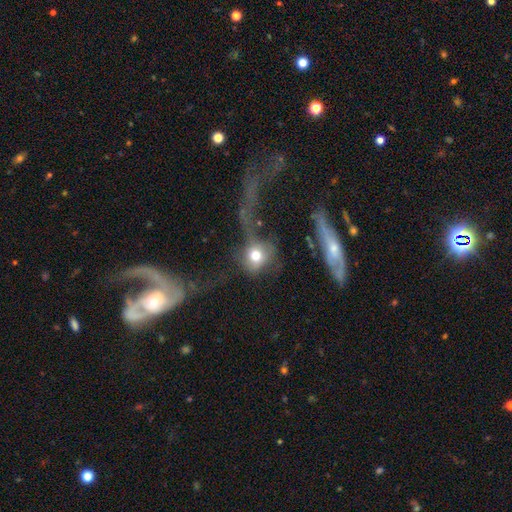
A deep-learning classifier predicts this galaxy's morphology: Overall: smooth (64%; featured or disk 24%). How rounded: round (75%). Merging: major disturbance (53%; none 23%).